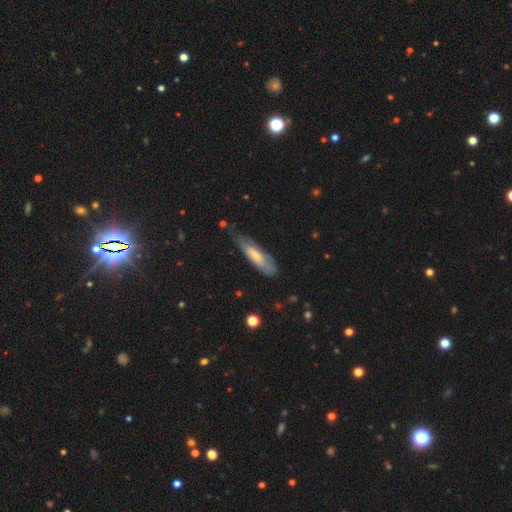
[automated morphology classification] Smooth or featured? smooth (54%)
How rounded? cigar-shaped (55%)
Merging? none (52%)